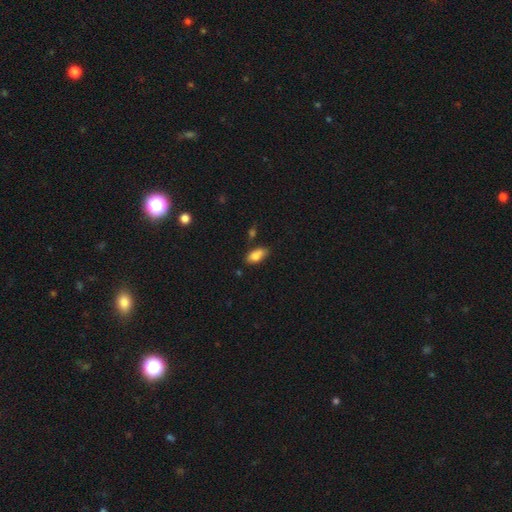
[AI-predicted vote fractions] smooth 78%, featured or disk 14%, star or artifact 8%. Down the decision tree: how rounded — in between (89%); merging — none (63%).